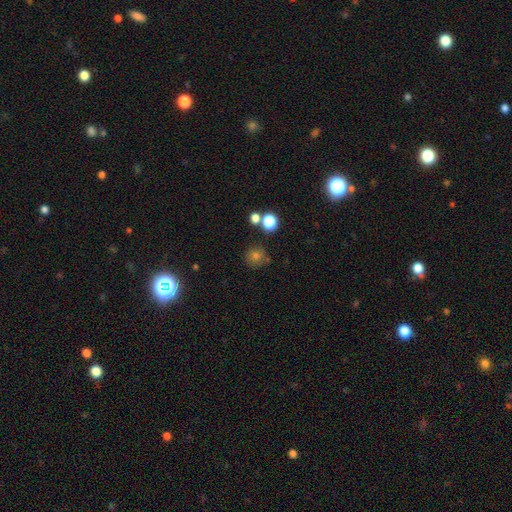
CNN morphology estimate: A smooth galaxy with no disk features (67%) that is round (90%).

Vote fractions:
- Smooth or featured? smooth: 67% / star or artifact: 24% / featured or disk: 9%
- How rounded? round: 90% / in between: 9% / cigar-shaped: 1%
- Merging? none: 77% / minor disturbance: 11% / merger: 8% / major disturbance: 4%